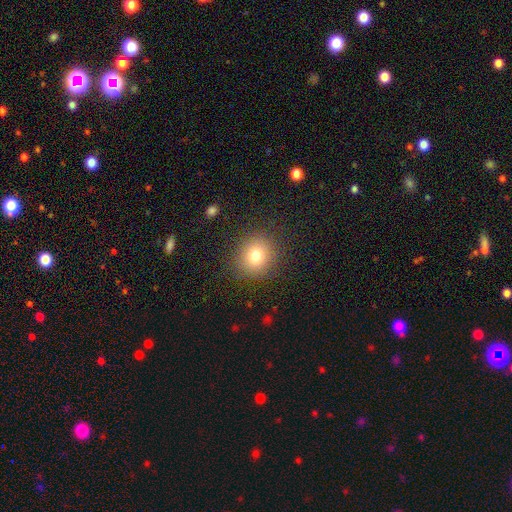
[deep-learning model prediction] This is likely a smooth galaxy (77%). How rounded: clearly round (86%). Merging: clearly none (88%).